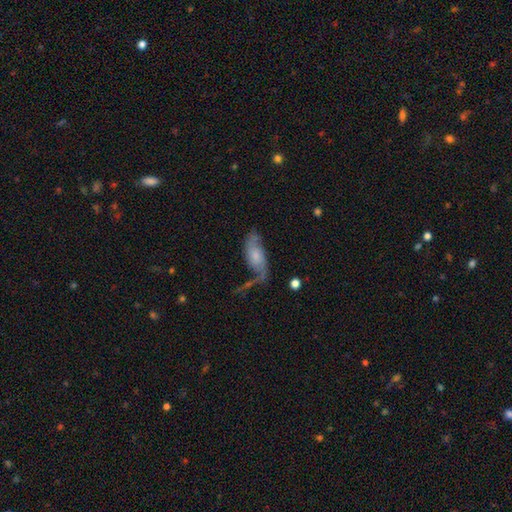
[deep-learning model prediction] Overall: featured or disk (63%; smooth 29%). Edge-on disk: no (91%). Bar: no (66%; weak 28%). Spiral arms: yes (88%). Spiral arm count: 2 (78%). Spiral winding: loose (62%; medium 27%). Bulge size: small (42%; moderate 33%). Merging: none (44%; major disturbance 24%).